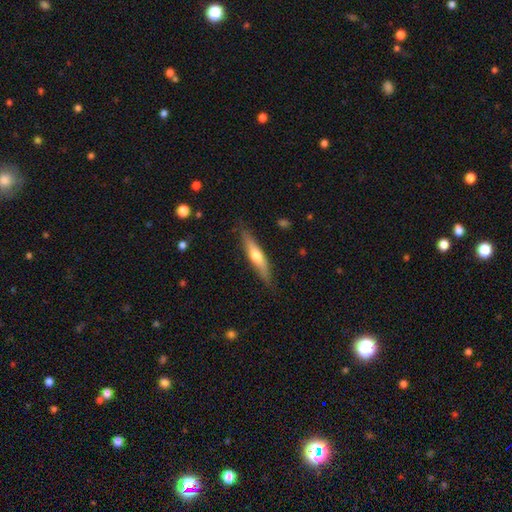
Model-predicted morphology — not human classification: smooth_or_featured: smooth (p=0.48) [alt: featured or disk p=0.46]
merging: none (p=0.84) [alt: minor disturbance p=0.13]